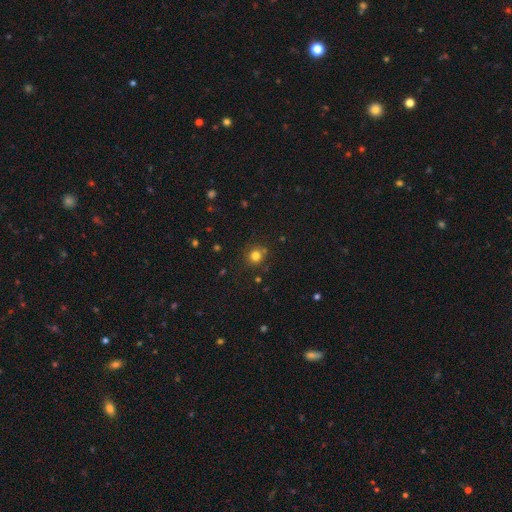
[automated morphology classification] Smooth or featured? Predicted: smooth (p=0.79). How rounded? Predicted: round (p=0.90). Merging? Predicted: none (p=0.80).